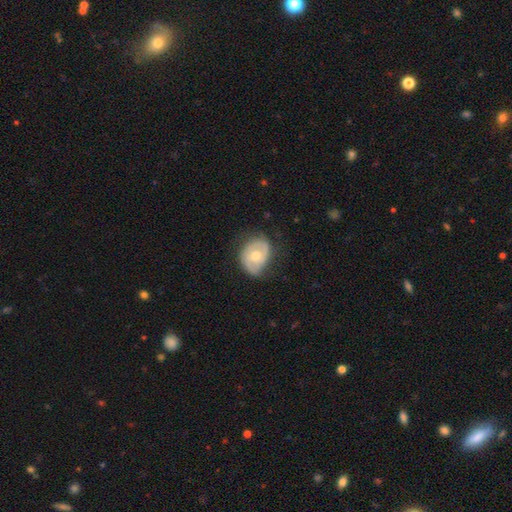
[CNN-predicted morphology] Smooth or featured? featured or disk (63%)
Edge-on disk? no (97%)
Bar? no (63%)
Spiral arms? yes (78%)
Bulge size? moderate (71%)
Merging? none (67%)